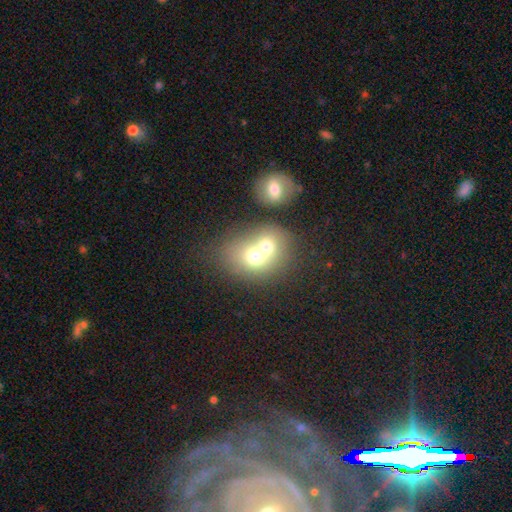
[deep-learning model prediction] Smooth or featured: smooth — 65% (featured or disk — 24%)
How rounded: round — 59% (in between — 40%)
Merging: merger — 70% (none — 21%)